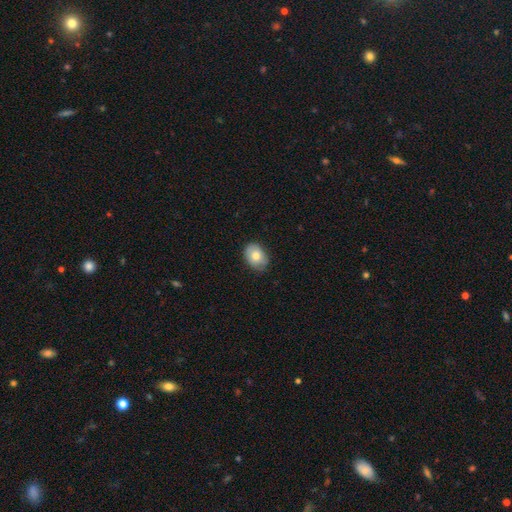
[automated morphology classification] smooth 77%, featured or disk 16%, star or artifact 8%. Down the decision tree: how rounded — in between (67%); merging — none (82%).